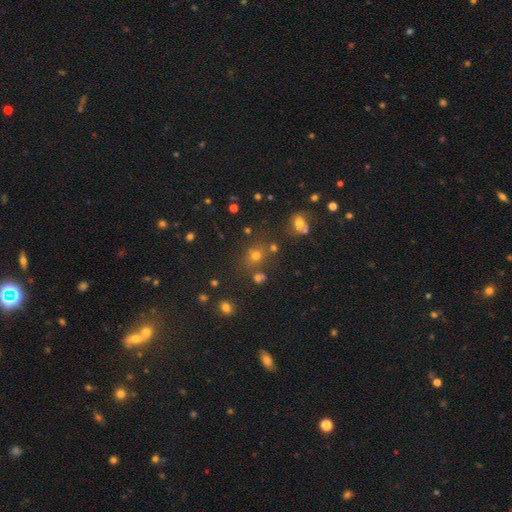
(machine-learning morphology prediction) Smooth or featured? Predicted: smooth (p=0.60). How rounded? Predicted: round (p=0.82). Merging? Predicted: none (p=0.72).